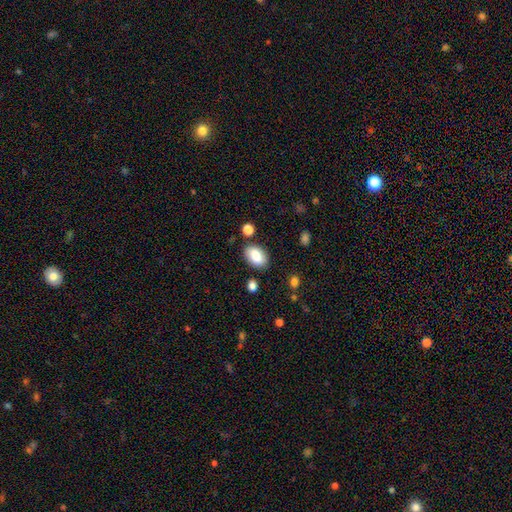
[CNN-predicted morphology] A smooth galaxy with no disk features (82%) that is in between round and cigar-shaped (88%).

Vote fractions:
- Smooth or featured? smooth: 82% / featured or disk: 10% / star or artifact: 7%
- How rounded? in between: 88% / round: 11% / cigar-shaped: 1%
- Merging? none: 82% / minor disturbance: 11% / merger: 4% / major disturbance: 3%